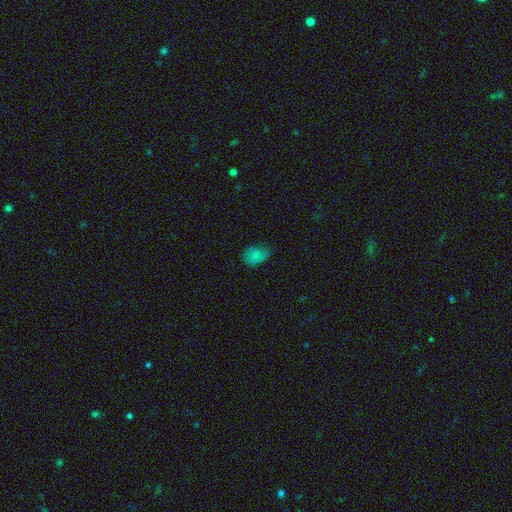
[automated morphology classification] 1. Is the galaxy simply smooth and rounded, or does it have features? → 79% smooth, 13% star or artifact, 8% featured or disk.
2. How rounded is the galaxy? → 74% in between, 25% round, 1% cigar-shaped.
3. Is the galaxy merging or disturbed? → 53% none, 36% minor disturbance, 9% major disturbance, 2% merger.